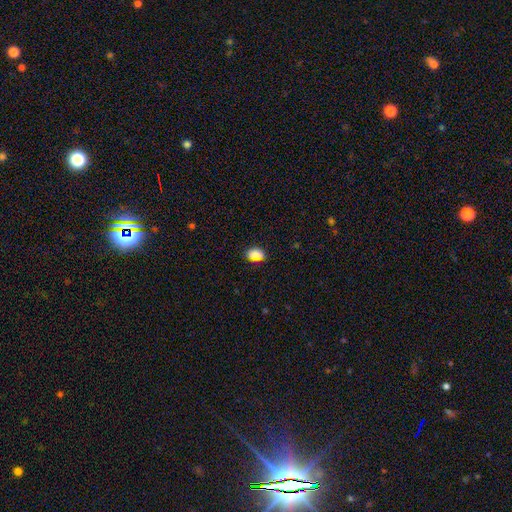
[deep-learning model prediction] smooth-or-featured: smooth: 78% | star or artifact: 15% | featured or disk: 7%
  how-rounded: in between: 69% | round: 27% | cigar-shaped: 4%
  merging: none: 87% | minor disturbance: 9% | major disturbance: 2% | merger: 1%